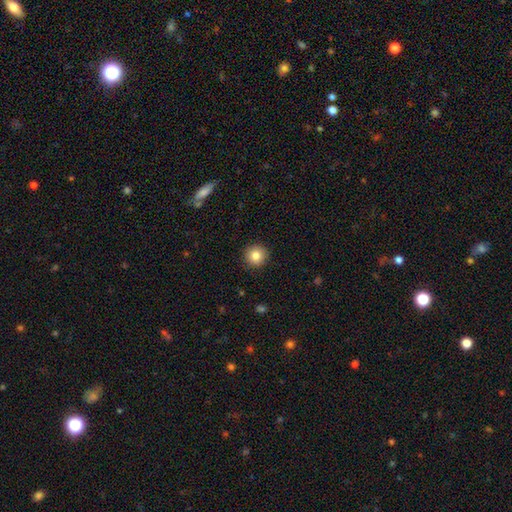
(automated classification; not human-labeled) smooth 83%, star or artifact 10%, featured or disk 7%. Down the decision tree: how rounded — round (95%); merging — none (92%).